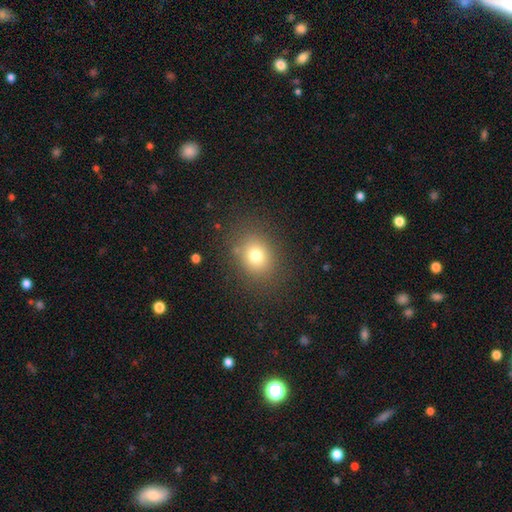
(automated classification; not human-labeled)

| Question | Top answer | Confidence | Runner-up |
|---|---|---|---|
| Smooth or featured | smooth | 75% | star or artifact (14%) |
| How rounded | round | 61% | in between (38%) |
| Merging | none | 83% | minor disturbance (10%) |